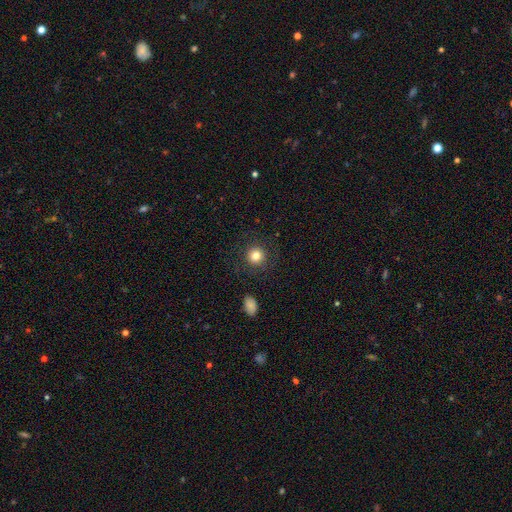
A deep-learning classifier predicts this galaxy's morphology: The model was most divided on "smooth or featured": smooth: 81%, star or artifact: 11%, featured or disk: 8%. More confident: how rounded — round (93%); merging — none (87%).